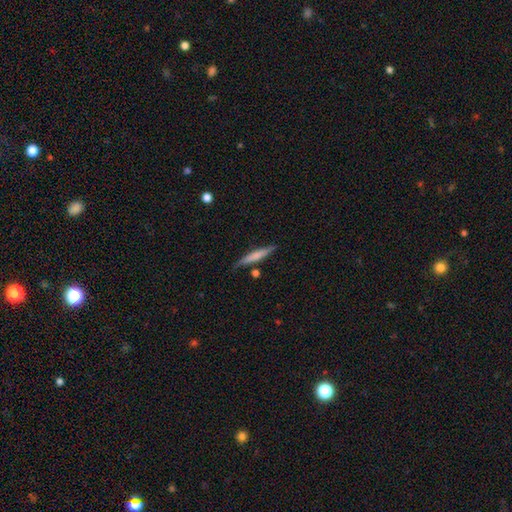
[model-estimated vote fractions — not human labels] Q: Smooth or featured?
A: smooth (57%); runner-up: featured or disk (37%)
Q: How rounded?
A: cigar-shaped (92%); runner-up: in between (6%)
Q: Merging?
A: none (79%); runner-up: minor disturbance (13%)